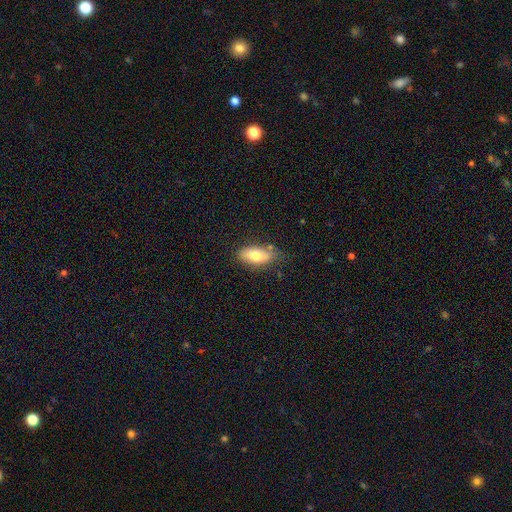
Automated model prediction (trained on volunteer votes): Q: Smooth or featured?
A: smooth (73%); runner-up: featured or disk (20%)
Q: How rounded?
A: in between (86%); runner-up: cigar-shaped (11%)
Q: Merging?
A: none (71%); runner-up: minor disturbance (21%)